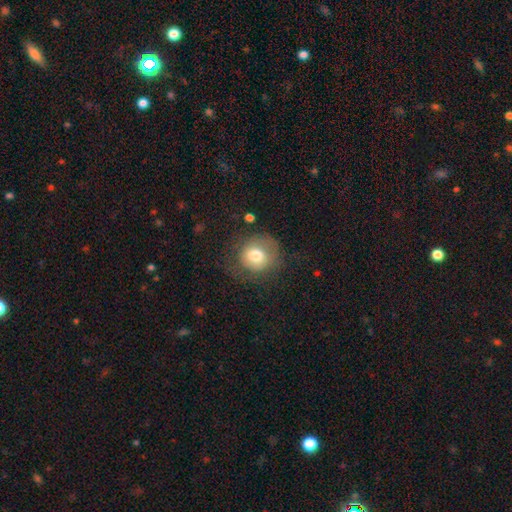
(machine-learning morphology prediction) smooth_or_featured: smooth (p=0.71) [alt: featured or disk p=0.19]
how_rounded: round (p=0.83) [alt: in between p=0.16]
merging: none (p=0.66) [alt: minor disturbance p=0.19]